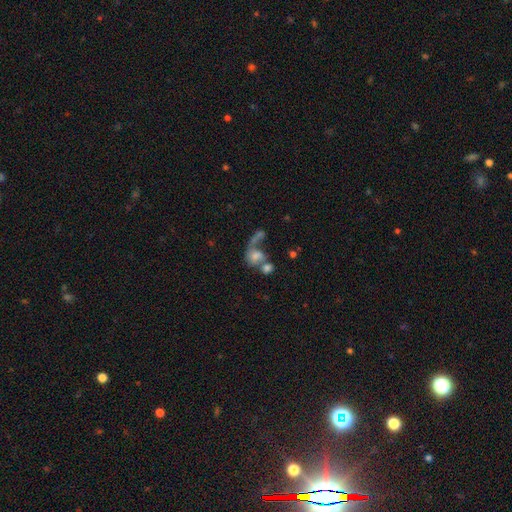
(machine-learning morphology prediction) The model was most divided on "how rounded": in between: 51%, round: 46%, cigar-shaped: 3%. More confident: merging — merger (53%); smooth or featured — smooth (51%).